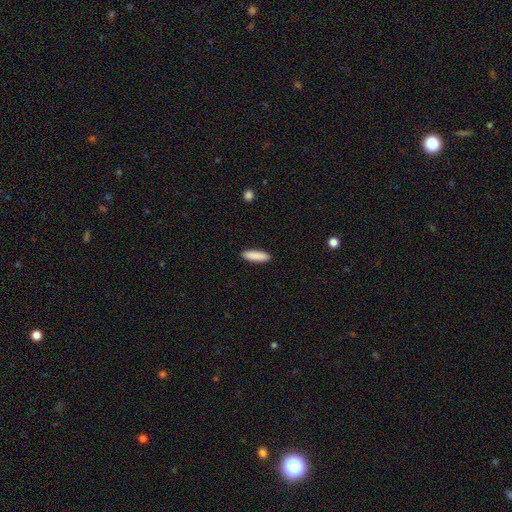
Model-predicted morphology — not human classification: Smooth or featured: smooth — 89% (star or artifact — 6%)
How rounded: cigar-shaped — 65% (in between — 34%)
Merging: none — 91% (minor disturbance — 7%)